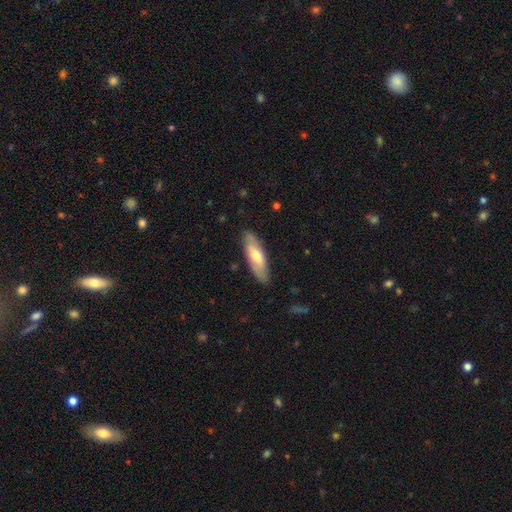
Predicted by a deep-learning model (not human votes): Smooth or featured? smooth (54%)
How rounded? in between (55%)
Merging? none (84%)